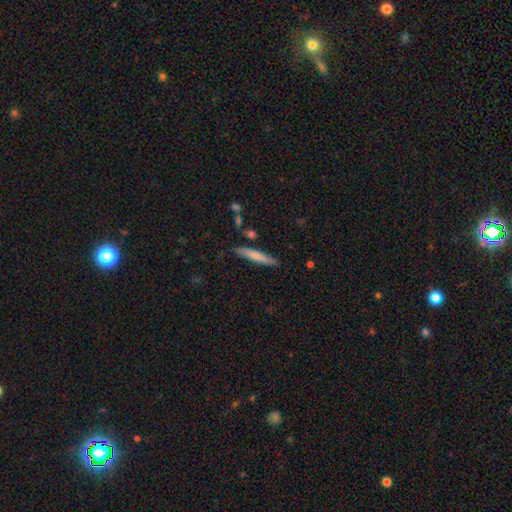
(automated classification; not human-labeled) The model was most divided on "smooth or featured": smooth: 71%, featured or disk: 23%, star or artifact: 6%. More confident: how rounded — cigar-shaped (92%); merging — none (85%).